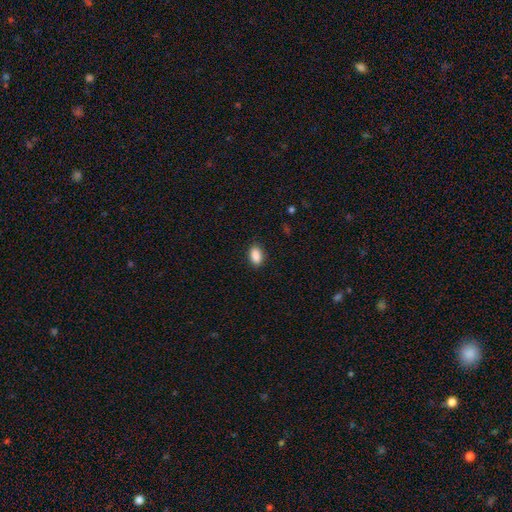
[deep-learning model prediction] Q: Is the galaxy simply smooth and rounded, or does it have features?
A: smooth — 90%.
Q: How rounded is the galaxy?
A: in between — 90%.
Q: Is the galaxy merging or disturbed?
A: none — 88%.